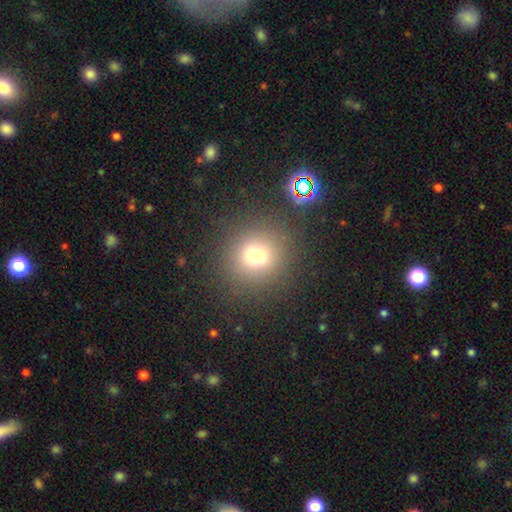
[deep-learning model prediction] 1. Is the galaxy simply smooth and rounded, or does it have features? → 69% smooth, 18% star or artifact, 13% featured or disk.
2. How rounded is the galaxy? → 82% round, 17% in between, 1% cigar-shaped.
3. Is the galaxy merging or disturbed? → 78% none, 10% minor disturbance, 8% merger, 5% major disturbance.